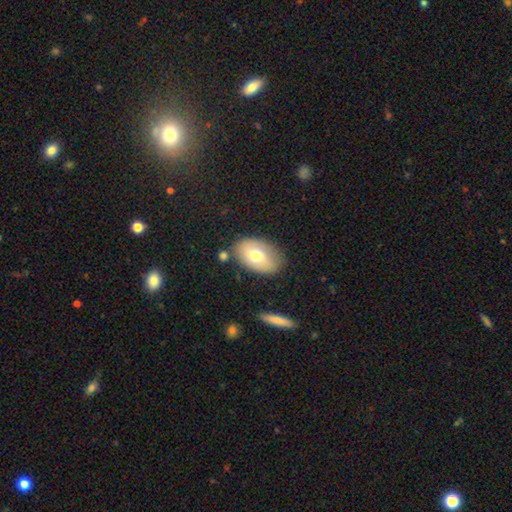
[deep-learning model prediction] Smooth or featured?
  - smooth: 68% *
  - featured or disk: 25%
  - star or artifact: 7%
How rounded?
  - in between: 88% *
  - round: 11%
  - cigar-shaped: 1%
Merging?
  - none: 76% *
  - minor disturbance: 15%
  - merger: 5%
  - major disturbance: 4%